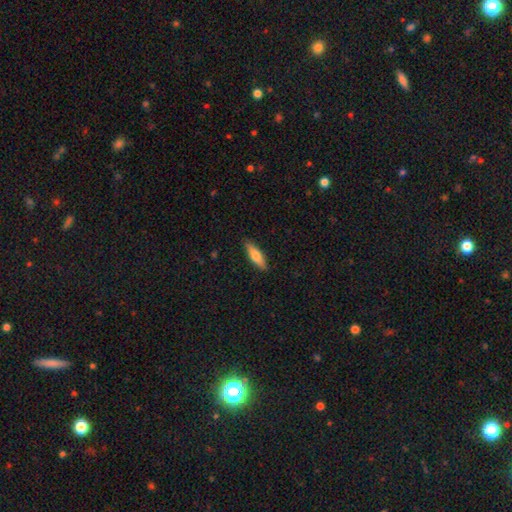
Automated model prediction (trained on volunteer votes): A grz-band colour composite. It shows a smooth galaxy with no disk features (67%) that is cigar-shaped (58%). Merging: none (89%).